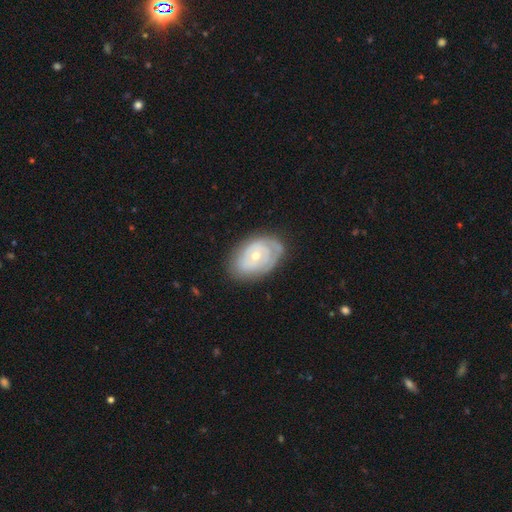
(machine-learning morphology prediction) type=featured or disk (71%); edge-on=no (95%); bar=no (83%); spiral arms=yes (67%); bulge=small (52%); merging=none (73%).